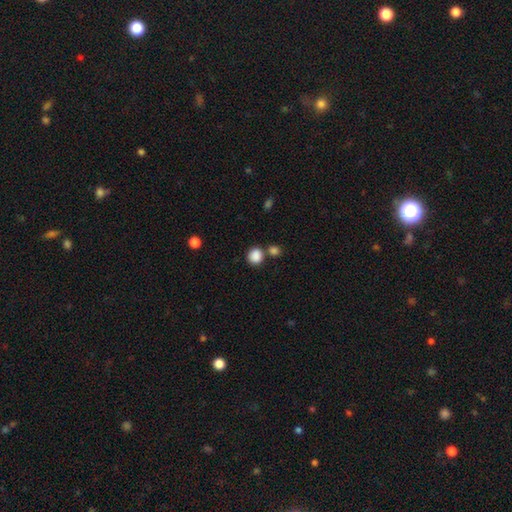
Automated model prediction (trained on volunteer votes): smooth 87%, star or artifact 10%, featured or disk 4%. Down the decision tree: how rounded — round (83%); merging — none (68%).